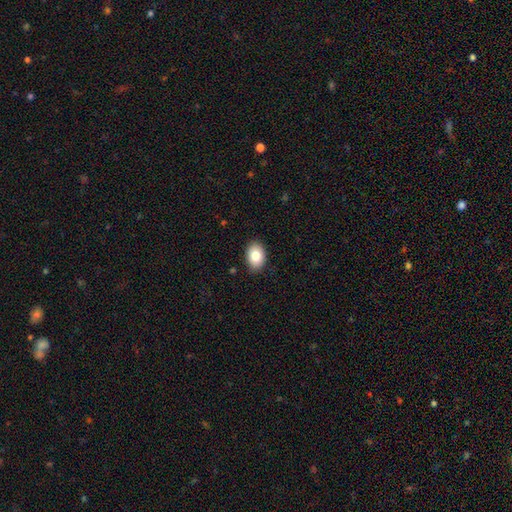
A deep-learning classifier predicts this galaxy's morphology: Smooth or featured? smooth (83%)
How rounded? in between (81%)
Merging? none (87%)